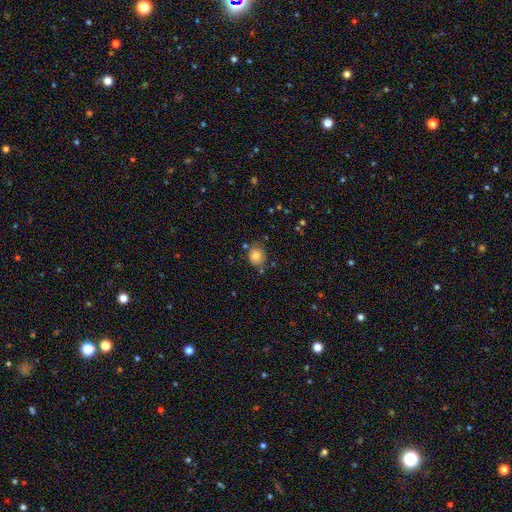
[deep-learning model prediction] This appears to be a smooth galaxy with no disk features (80%) that is round (67%). Merging: none (73%).